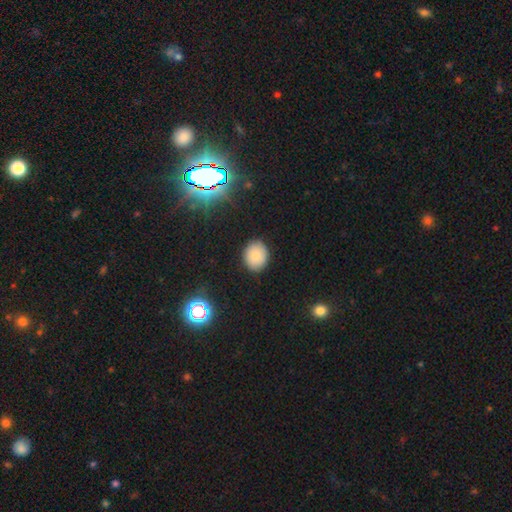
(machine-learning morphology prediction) A smooth galaxy with no disk features (81%) that is round (60%). Merging: none (88%).